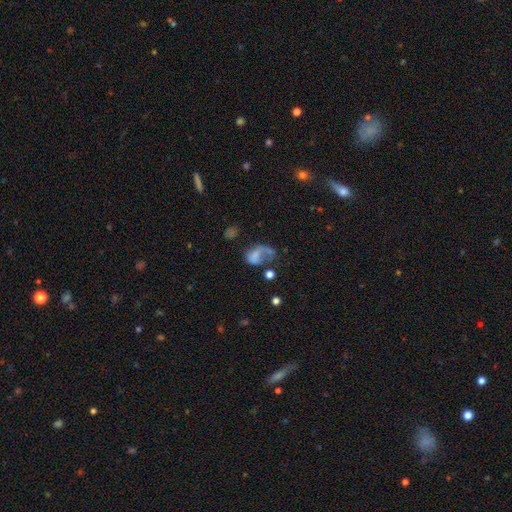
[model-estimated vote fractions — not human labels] smooth 45%, featured or disk 41%, star or artifact 14%. Down the decision tree: merging — major disturbance (48%).